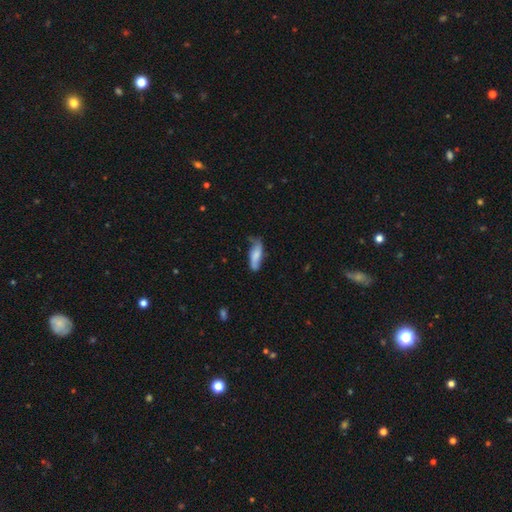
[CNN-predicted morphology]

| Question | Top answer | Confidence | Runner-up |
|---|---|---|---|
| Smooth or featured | smooth | 65% | featured or disk (28%) |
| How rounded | in between | 58% | cigar-shaped (40%) |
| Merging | none | 57% | minor disturbance (31%) |